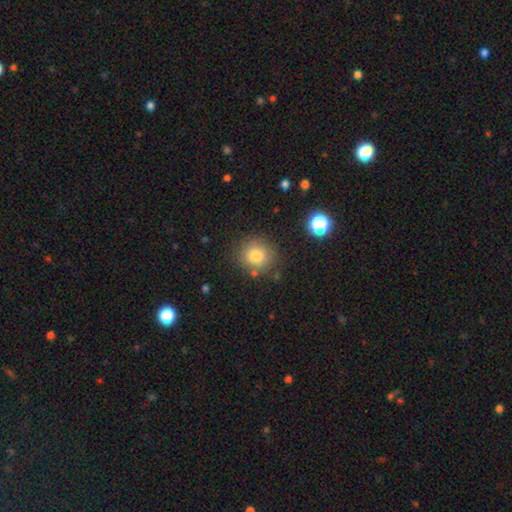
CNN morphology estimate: smooth_or_featured: smooth (p=0.80) [alt: star or artifact p=0.12]
how_rounded: round (p=0.85) [alt: in between p=0.14]
merging: none (p=0.81) [alt: minor disturbance p=0.11]